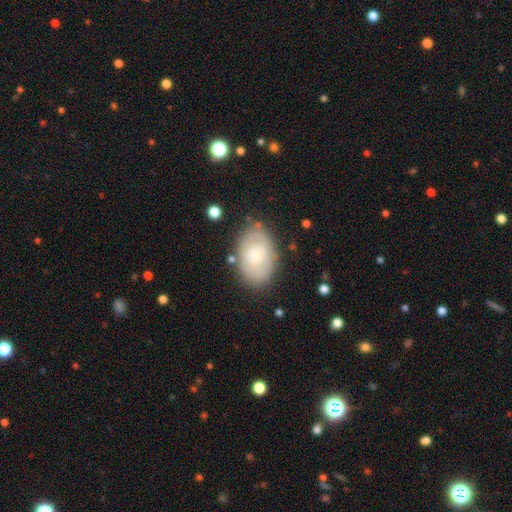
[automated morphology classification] This appears to be a smooth galaxy with no disk features (53%) that is in between round and cigar-shaped (87%). Merging: none (77%).